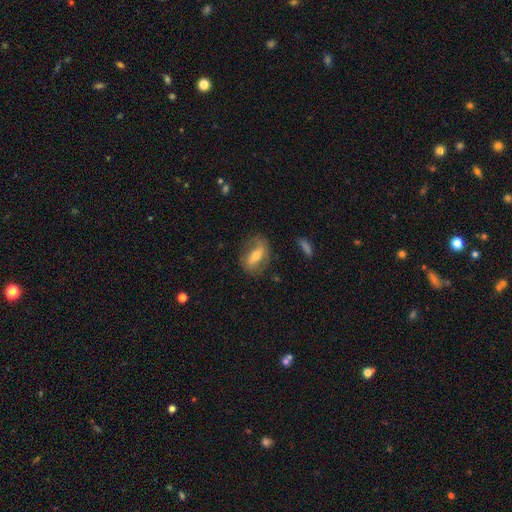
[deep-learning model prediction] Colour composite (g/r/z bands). It shows a featured or disk galaxy (50%). Merging: none (70%).